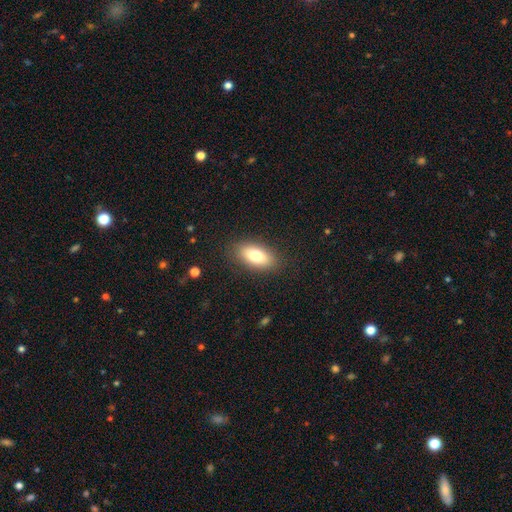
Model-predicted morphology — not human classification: Smooth or featured? Predicted: smooth (p=0.77). How rounded? Predicted: in between (p=0.88). Merging? Predicted: none (p=0.87).